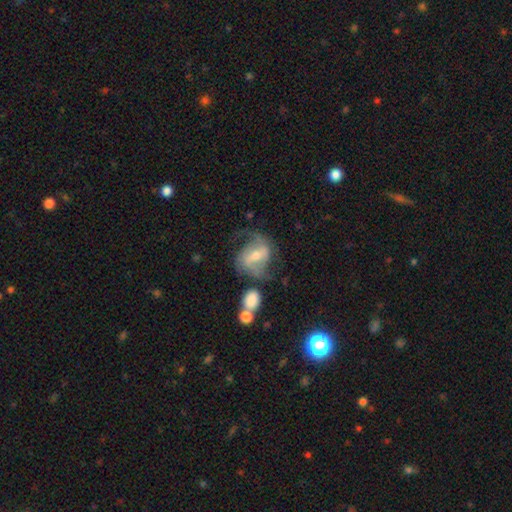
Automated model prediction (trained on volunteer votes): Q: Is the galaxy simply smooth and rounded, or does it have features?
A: featured or disk — 75%.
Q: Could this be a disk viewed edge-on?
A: no — 96%.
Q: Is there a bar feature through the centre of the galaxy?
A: strong — 50%.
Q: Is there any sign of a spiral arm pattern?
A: yes — 87%.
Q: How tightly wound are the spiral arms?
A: medium — 43%.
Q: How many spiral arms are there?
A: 2 — 82%.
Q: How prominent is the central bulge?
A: moderate — 50%.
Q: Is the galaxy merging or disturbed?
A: none — 52%.